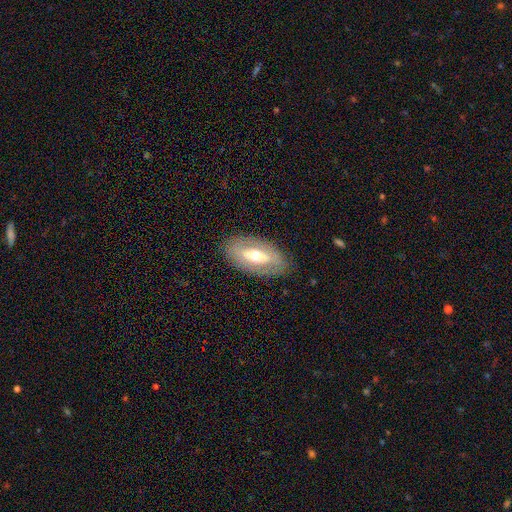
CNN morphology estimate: type=featured or disk (57%); edge-on=no (82%); merging=none (84%).